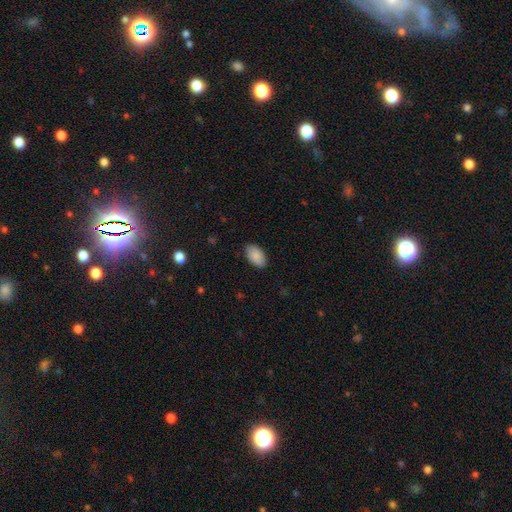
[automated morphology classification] Q: Smooth or featured?
A: smooth (89%); runner-up: star or artifact (6%)
Q: How rounded?
A: in between (94%); runner-up: round (4%)
Q: Merging?
A: none (86%); runner-up: minor disturbance (11%)